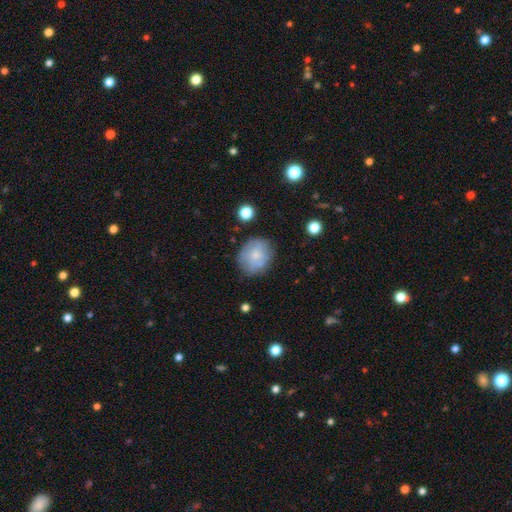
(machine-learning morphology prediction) type=smooth (65%); roundness=round (72%); merging=none (70%).